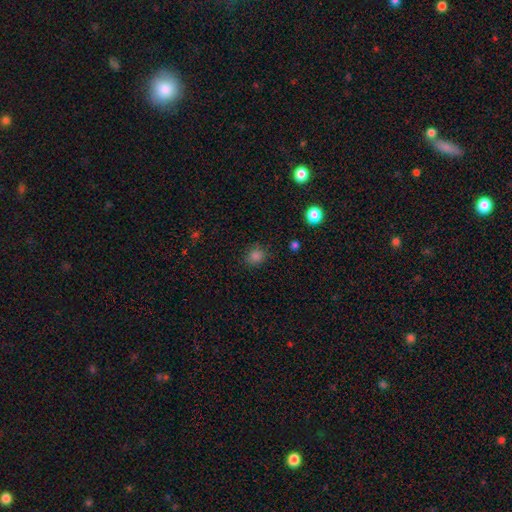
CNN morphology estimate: The model was most divided on "how rounded": round: 77%, in between: 22%, cigar-shaped: 1%. More confident: merging — none (83%); smooth or featured — smooth (81%).